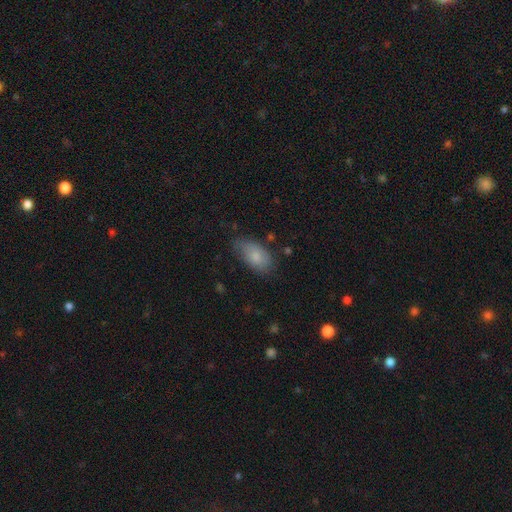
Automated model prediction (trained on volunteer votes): Smooth or featured? smooth (81%)
How rounded? in between (93%)
Merging? none (68%)